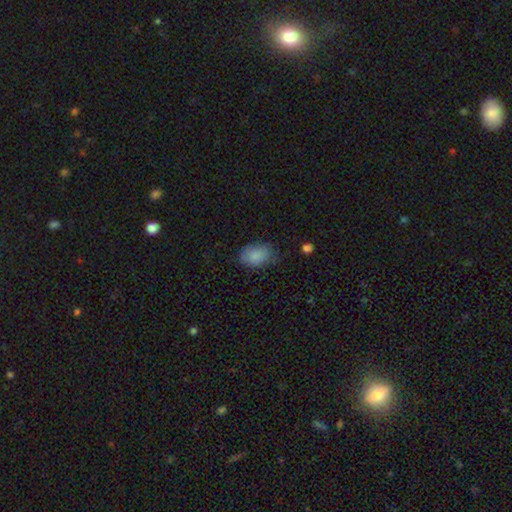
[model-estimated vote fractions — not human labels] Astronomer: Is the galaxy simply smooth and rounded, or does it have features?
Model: smooth — 86%.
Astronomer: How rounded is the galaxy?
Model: in between — 84%.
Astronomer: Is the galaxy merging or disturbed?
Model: none — 70%.